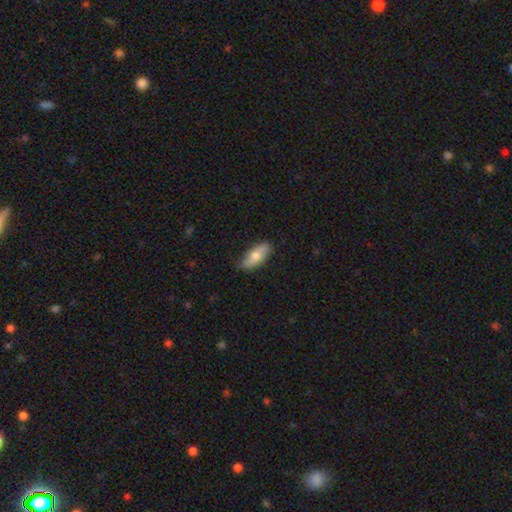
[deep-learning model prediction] Morphology: type=smooth (68%); roundness=in between (77%); merging=none (79%).